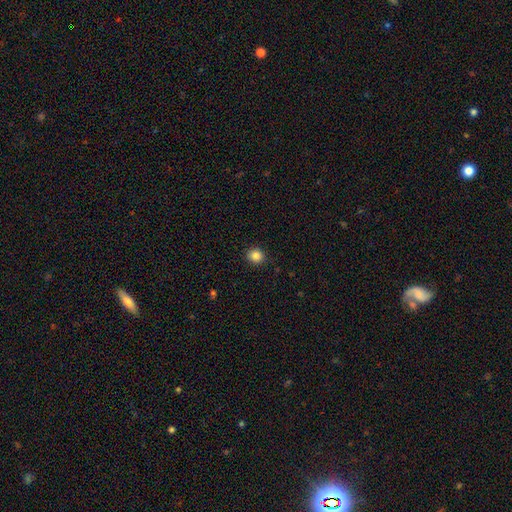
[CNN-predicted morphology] type=smooth (85%); roundness=round (87%); merging=none (90%).